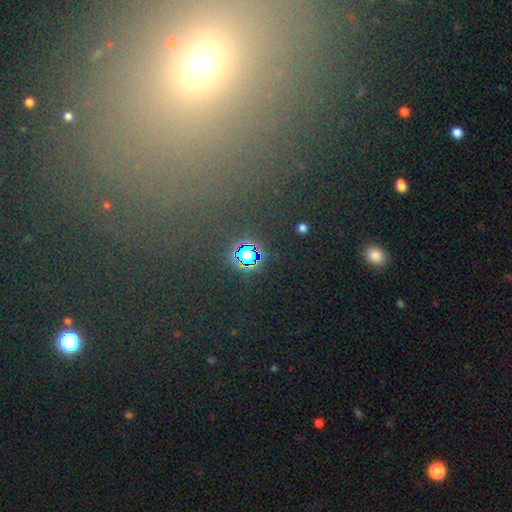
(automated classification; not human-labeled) Overall: star or artifact (65%).